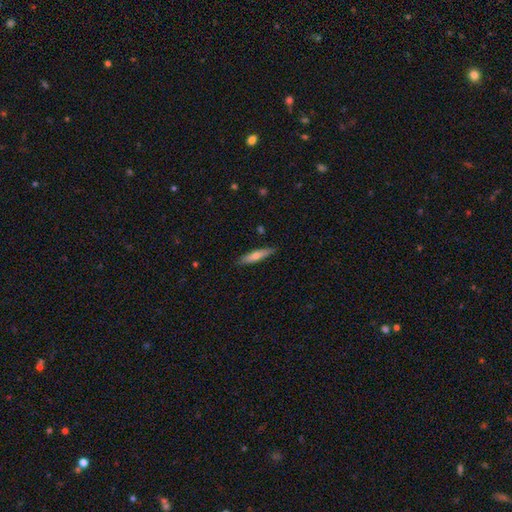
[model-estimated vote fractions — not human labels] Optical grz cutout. It shows a smooth galaxy with no disk features (57%) that is cigar-shaped (84%). Merging: none (88%).